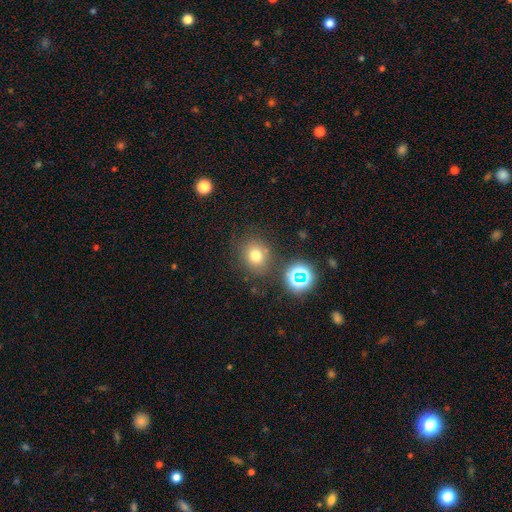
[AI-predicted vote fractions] smooth 72%, star or artifact 19%, featured or disk 9%. Down the decision tree: how rounded — round (74%); merging — none (78%).